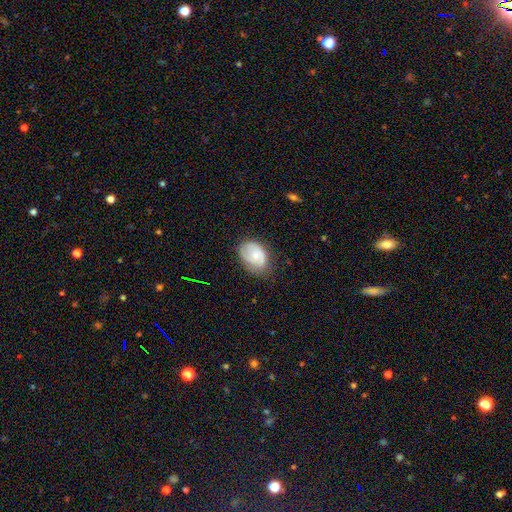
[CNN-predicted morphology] The model was most divided on "smooth or featured": smooth: 61%, featured or disk: 32%, star or artifact: 7%. More confident: how rounded — in between (76%); merging — none (63%).